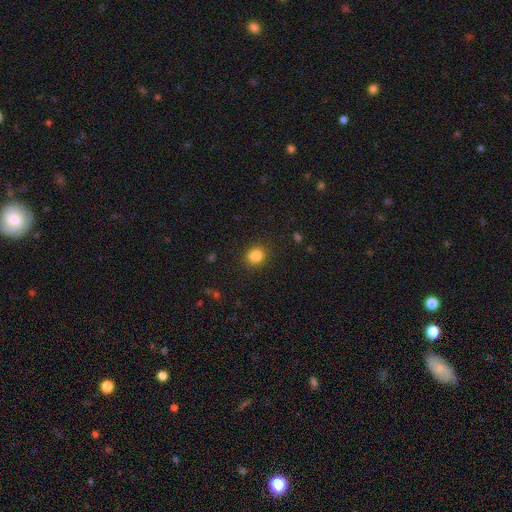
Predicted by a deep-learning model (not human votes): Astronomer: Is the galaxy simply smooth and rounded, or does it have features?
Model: smooth — 85%.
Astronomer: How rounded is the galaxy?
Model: round — 77%.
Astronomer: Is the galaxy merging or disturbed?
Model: none — 87%.